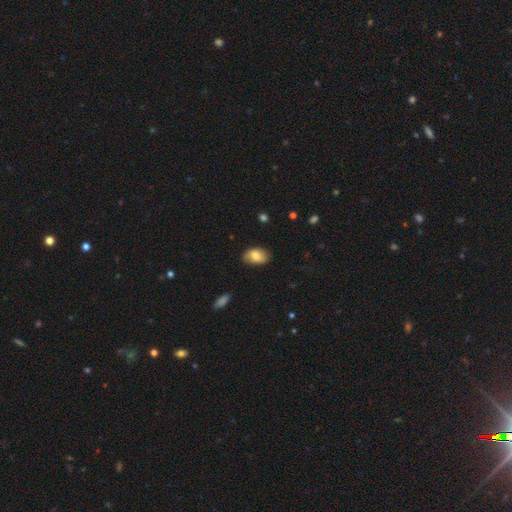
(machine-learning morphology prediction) Smooth or featured? Predicted: smooth (p=0.79). How rounded? Predicted: in between (p=0.90). Merging? Predicted: none (p=0.78).